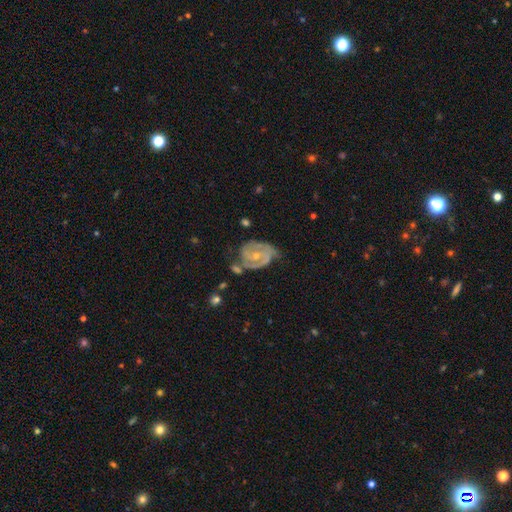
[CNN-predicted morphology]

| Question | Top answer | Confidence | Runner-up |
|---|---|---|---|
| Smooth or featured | featured or disk | 87% | smooth (8%) |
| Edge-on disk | no | 97% | yes (3%) |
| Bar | no | 56% | weak (34%) |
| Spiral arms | yes | 95% | no (5%) |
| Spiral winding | tight | 54% | medium (38%) |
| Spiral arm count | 2 | 73% | 3 (12%) |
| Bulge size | small | 54% | moderate (42%) |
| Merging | none | 55% | minor disturbance (26%) |